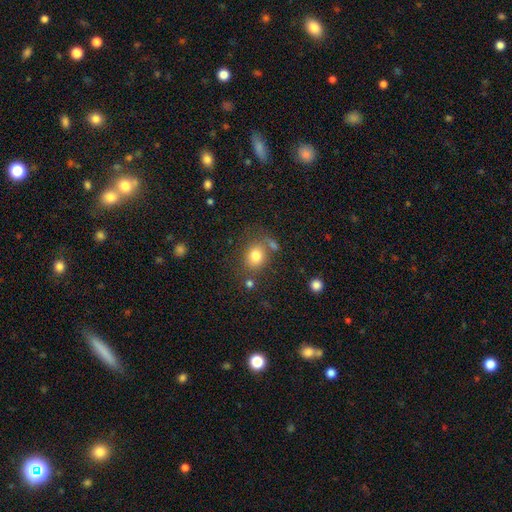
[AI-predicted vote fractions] Smooth or featured?
  - smooth: 78% *
  - star or artifact: 11%
  - featured or disk: 11%
How rounded?
  - round: 56% *
  - in between: 43%
  - cigar-shaped: 1%
Merging?
  - none: 64% *
  - minor disturbance: 16%
  - merger: 13%
  - major disturbance: 7%